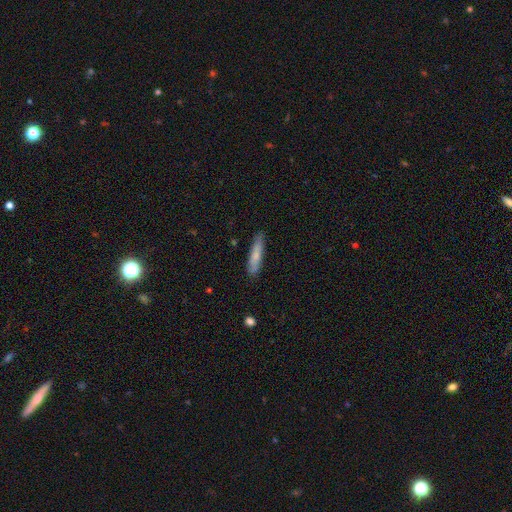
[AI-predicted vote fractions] Morphology: type=smooth (71%); roundness=cigar-shaped (84%); merging=none (84%).